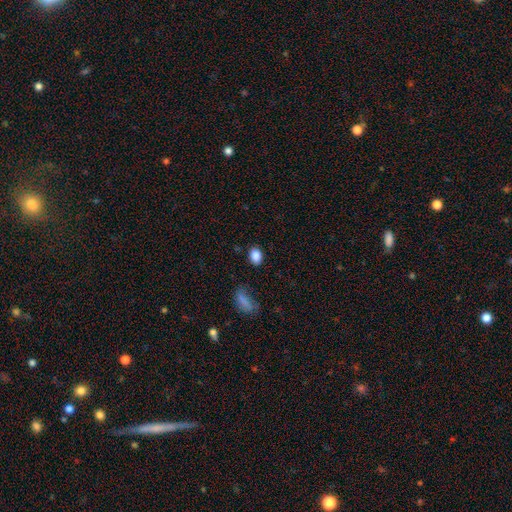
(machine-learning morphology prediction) Overall: smooth (87%). How rounded: in between (70%). Merging: none (84%).